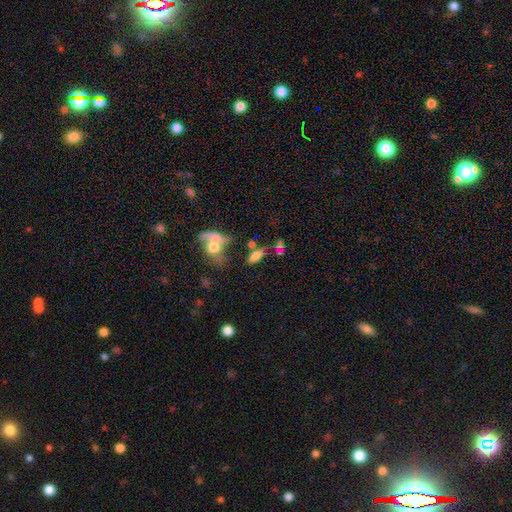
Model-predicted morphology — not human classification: The model was most divided on "merging": none: 51%, merger: 25%, minor disturbance: 15%, major disturbance: 9%. More confident: how rounded — in between (78%); smooth or featured — smooth (73%).